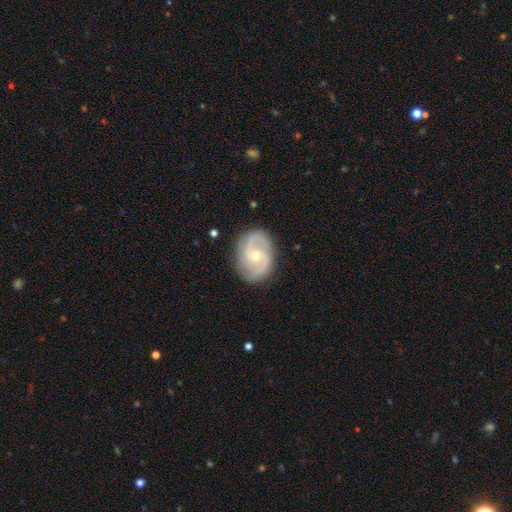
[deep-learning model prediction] Smooth or featured: featured or disk — 87% (smooth — 8%)
Edge-on disk: no — 98% (yes — 2%)
Bar: no — 56% (weak — 38%)
Spiral arms: yes — 97% (no — 3%)
Spiral winding: medium — 53% (tight — 34%)
Spiral arm count: 2 — 86% (3 — 5%)
Bulge size: small — 56% (moderate — 41%)
Merging: none — 84% (minor disturbance — 11%)